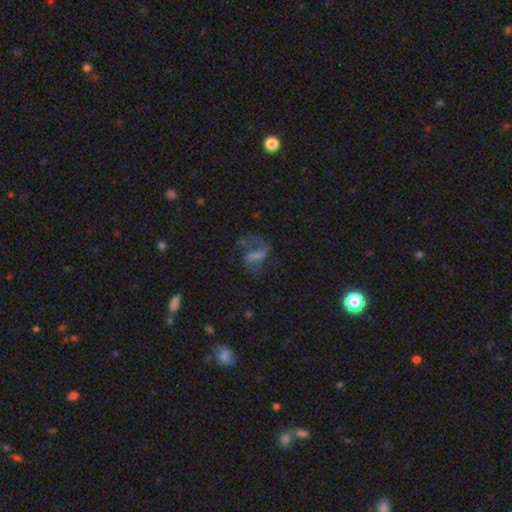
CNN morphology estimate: type=featured or disk (57%); edge-on=no (96%); bar=weak (39%); spiral arms=yes (74%); bulge=none (49%); merging=none (45%).